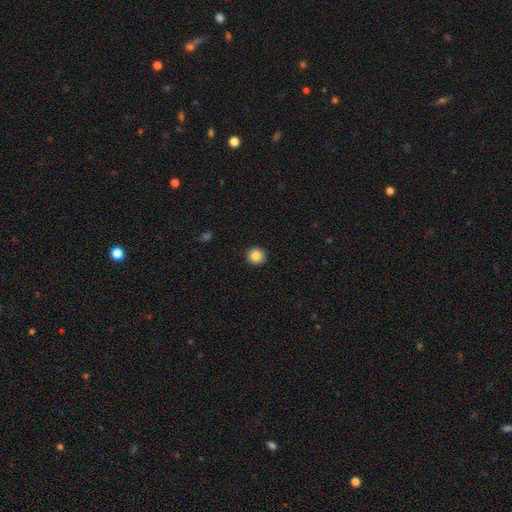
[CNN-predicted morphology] Smooth or featured?
  - smooth: 86% *
  - star or artifact: 9%
  - featured or disk: 5%
How rounded?
  - round: 93% *
  - in between: 6%
  - cigar-shaped: 1%
Merging?
  - none: 93% *
  - minor disturbance: 5%
  - major disturbance: 2%
  - merger: 1%